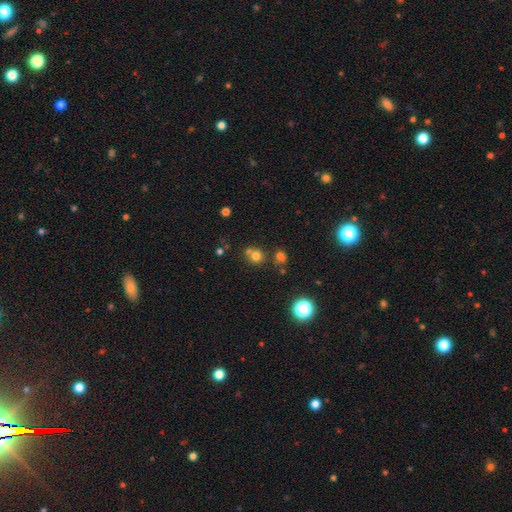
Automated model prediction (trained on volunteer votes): smooth-or-featured: smooth: 71% | star or artifact: 20% | featured or disk: 9%
  how-rounded: round: 83% | in between: 16% | cigar-shaped: 1%
  merging: none: 56% | merger: 30% | minor disturbance: 10% | major disturbance: 4%